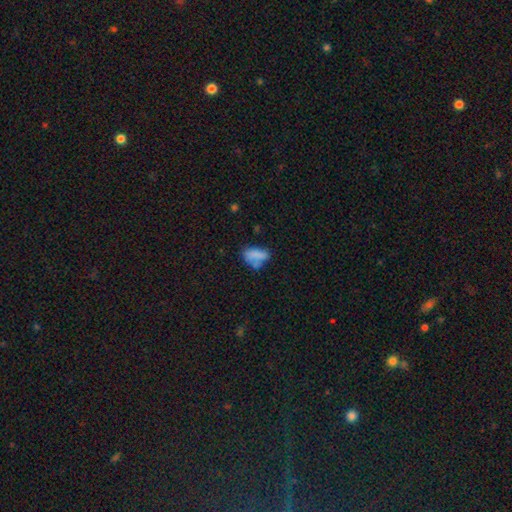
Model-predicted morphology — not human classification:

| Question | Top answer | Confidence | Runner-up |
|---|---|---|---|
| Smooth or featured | smooth | 72% | featured or disk (16%) |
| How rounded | in between | 83% | cigar-shaped (10%) |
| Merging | none | 41% | minor disturbance (26%) |